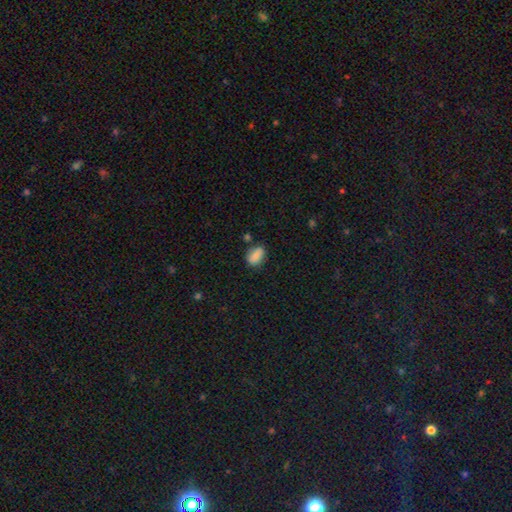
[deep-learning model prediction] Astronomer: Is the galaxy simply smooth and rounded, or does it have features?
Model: smooth — 85%.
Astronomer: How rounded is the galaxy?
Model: in between — 83%.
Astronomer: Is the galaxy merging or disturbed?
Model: none — 72%.